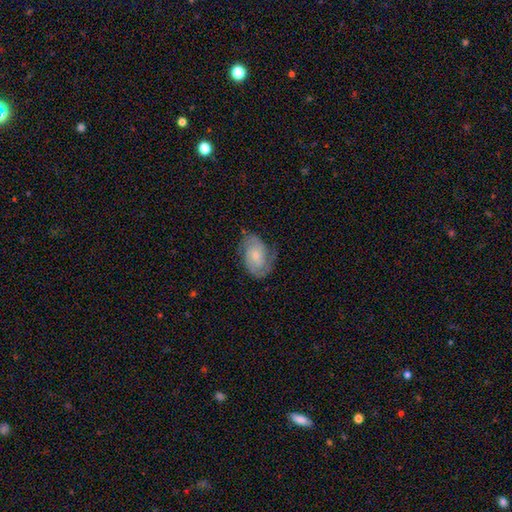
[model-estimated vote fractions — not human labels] smooth_or_featured: featured or disk (p=0.63) [alt: smooth p=0.30]
disk_edge_on: no (p=0.96) [alt: yes p=0.04]
bar: no (p=0.64) [alt: weak p=0.31]
has_spiral_arms: yes (p=0.90) [alt: no p=0.10]
spiral_winding: tight (p=0.43) [alt: medium p=0.41]
spiral_arm_count: 2 (p=0.68) [alt: can't tell p=0.19]
bulge_size: small (p=0.50) [alt: moderate p=0.32]
merging: none (p=0.65) [alt: minor disturbance p=0.24]